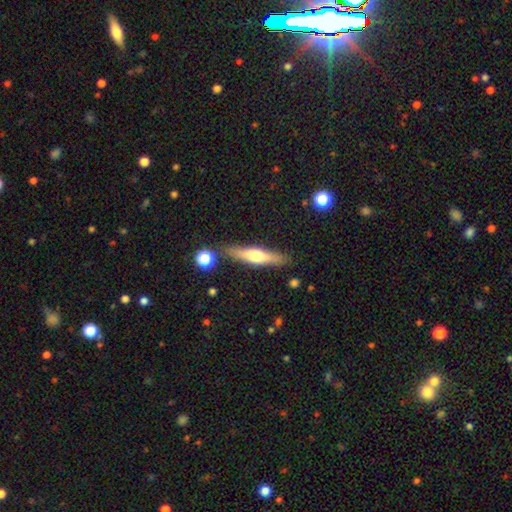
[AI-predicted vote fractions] Morphology: type=featured or disk (48%); merging=none (84%).